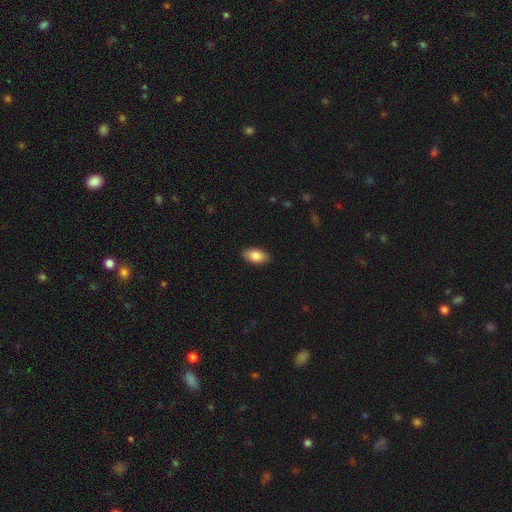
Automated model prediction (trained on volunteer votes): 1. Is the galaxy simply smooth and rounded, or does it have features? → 86% smooth, 8% featured or disk, 7% star or artifact.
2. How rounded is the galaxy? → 93% in between, 4% round, 3% cigar-shaped.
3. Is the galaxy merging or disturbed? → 88% none, 9% minor disturbance, 2% major disturbance, 1% merger.